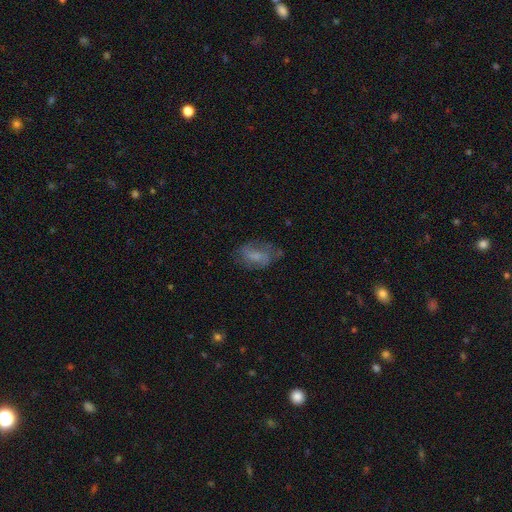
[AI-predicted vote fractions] Q: Smooth or featured?
A: smooth (52%); runner-up: featured or disk (39%)
Q: How rounded?
A: in between (85%); runner-up: round (11%)
Q: Merging?
A: none (53%); runner-up: minor disturbance (27%)